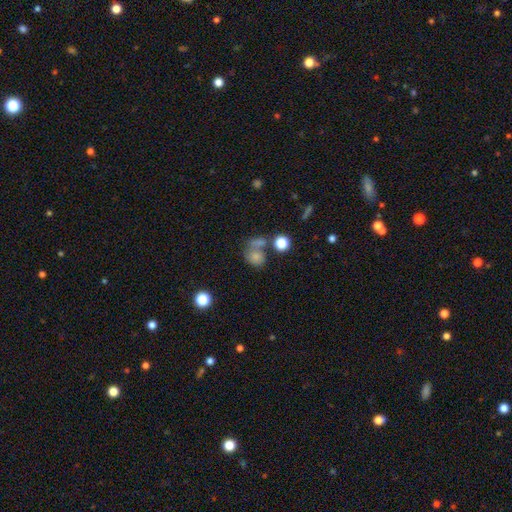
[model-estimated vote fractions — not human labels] A smooth galaxy with no disk features (74%) that is round (66%).

Vote fractions:
- Smooth or featured? smooth: 74% / star or artifact: 14% / featured or disk: 13%
- How rounded? round: 66% / in between: 33% / cigar-shaped: 1%
- Merging? none: 40% / merger: 37% / minor disturbance: 13% / major disturbance: 9%